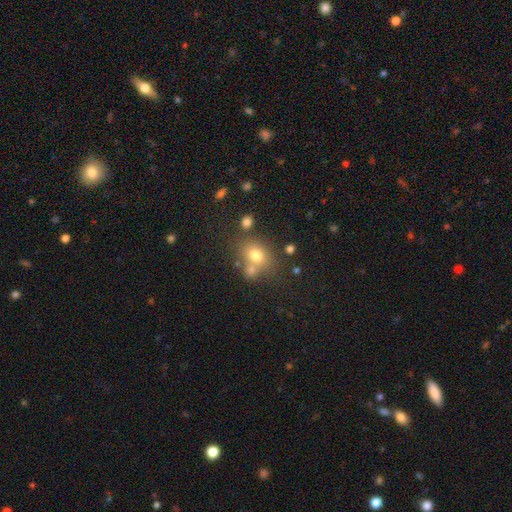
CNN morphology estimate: This appears to be a smooth galaxy with no disk features (72%) that is round (55%). Merging: none (58%).